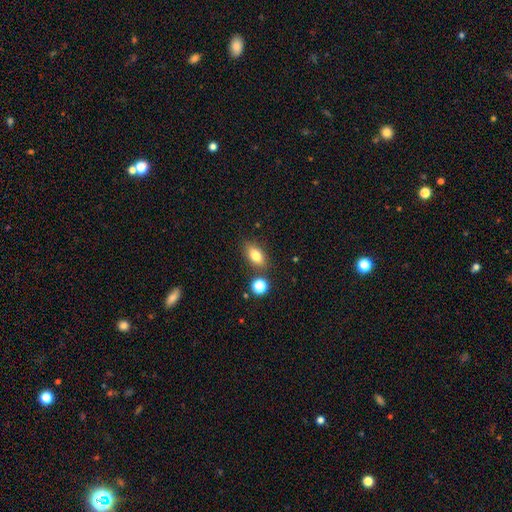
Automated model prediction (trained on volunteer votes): Smooth or featured? Predicted: smooth (p=0.79). How rounded? Predicted: in between (p=0.83). Merging? Predicted: none (p=0.79).